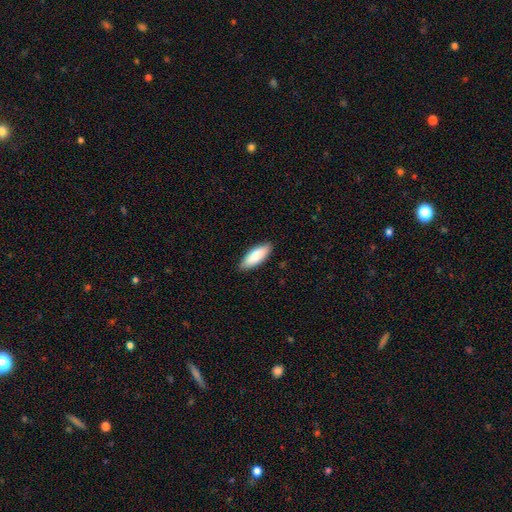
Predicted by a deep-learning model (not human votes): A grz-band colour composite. It shows a smooth galaxy with no disk features (79%) that is in between round and cigar-shaped (75%). Merging: none (87%).